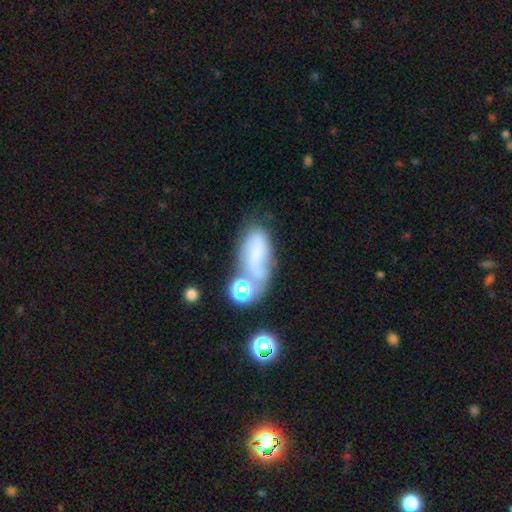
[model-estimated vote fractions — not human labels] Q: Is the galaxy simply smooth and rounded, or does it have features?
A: smooth — 50%.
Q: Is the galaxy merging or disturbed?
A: none — 34%.